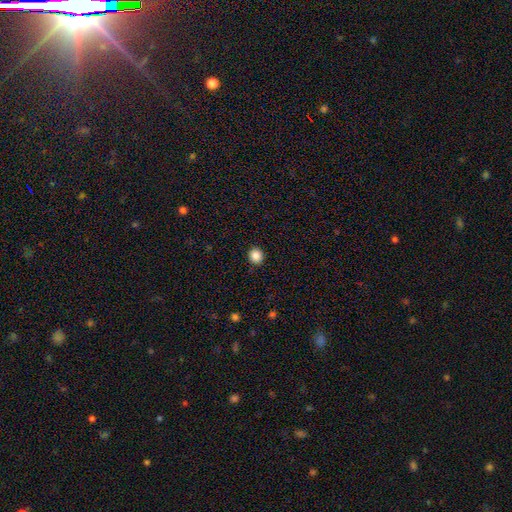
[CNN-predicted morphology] Overall: smooth (86%). How rounded: round (80%). Merging: none (91%).